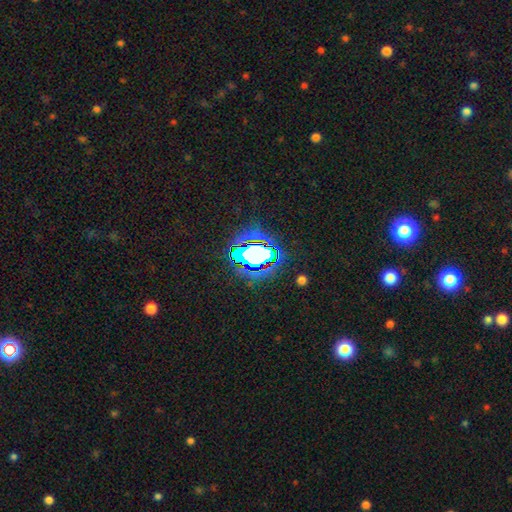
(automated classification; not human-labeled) Smooth or featured: star or artifact — 67% (smooth — 20%)